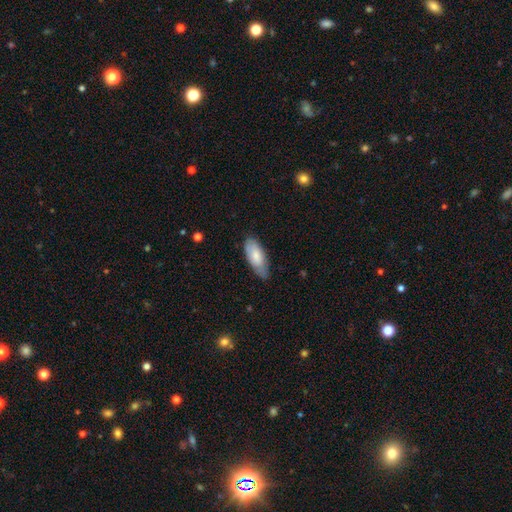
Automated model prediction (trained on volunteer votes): The model was most divided on "merging": none: 68%, minor disturbance: 27%, major disturbance: 4%, merger: 1%. More confident: how rounded — in between (82%); smooth or featured — smooth (77%).